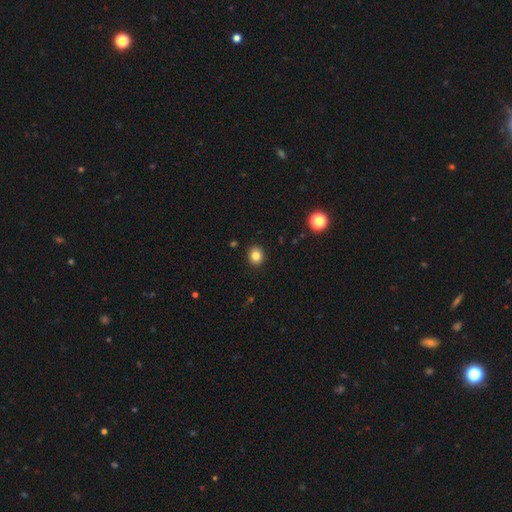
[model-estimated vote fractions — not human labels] smooth 83%, star or artifact 11%, featured or disk 6%. Down the decision tree: how rounded — round (70%); merging — none (91%).